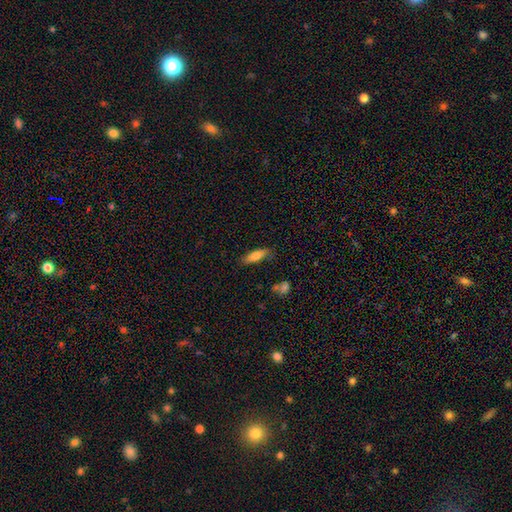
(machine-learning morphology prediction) Smooth or featured? smooth (77%)
How rounded? in between (52%)
Merging? none (76%)